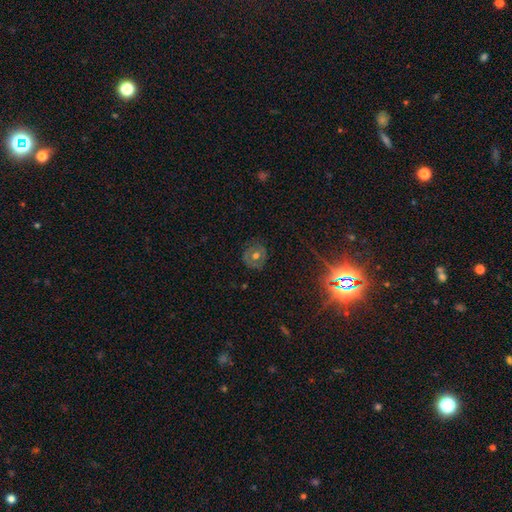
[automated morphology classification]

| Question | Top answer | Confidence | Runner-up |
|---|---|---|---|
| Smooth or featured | featured or disk | 41% | smooth (40%) |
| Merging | none | 81% | minor disturbance (14%) |